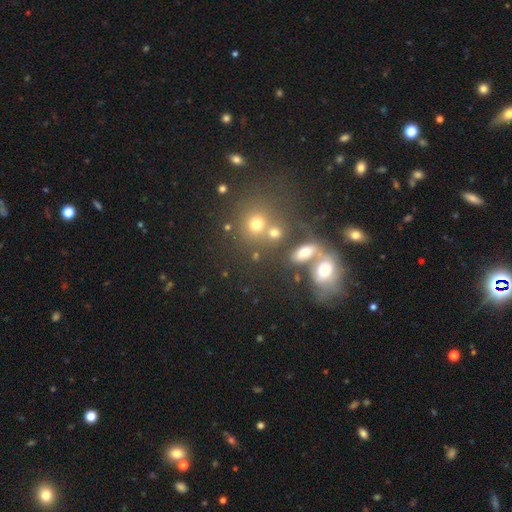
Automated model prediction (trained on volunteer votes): Overall: smooth (60%; star or artifact 23%). How rounded: round (61%; in between 36%). Merging: none (44%; merger 37%).